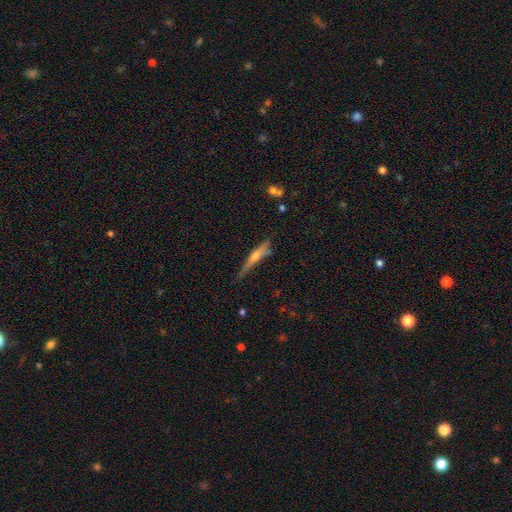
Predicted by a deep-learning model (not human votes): featured or disk 65%, smooth 27%, star or artifact 8%. Down the decision tree: edge-on disk — yes (96%); edge-on bulge — rounded (80%); merging — none (75%).